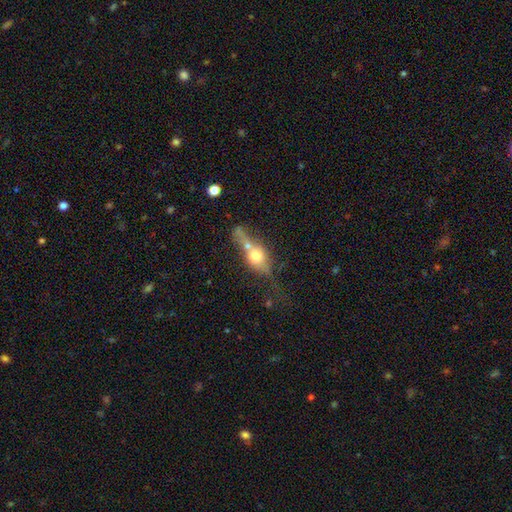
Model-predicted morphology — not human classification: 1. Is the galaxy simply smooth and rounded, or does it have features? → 51% smooth, 39% featured or disk, 10% star or artifact.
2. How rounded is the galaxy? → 50% in between, 30% round, 21% cigar-shaped.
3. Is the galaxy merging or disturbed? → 37% merger, 31% none, 17% major disturbance, 16% minor disturbance.